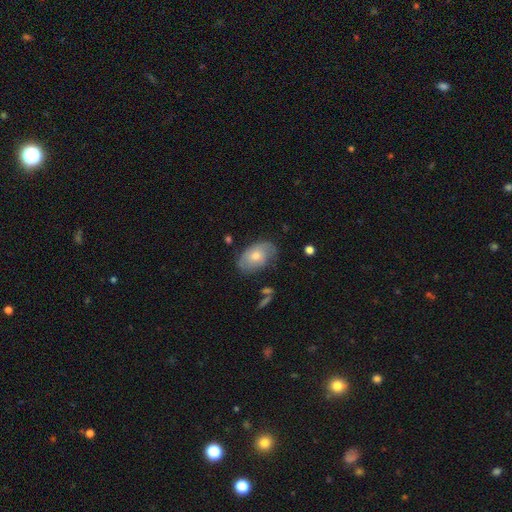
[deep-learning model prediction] The model was most divided on "smooth or featured": smooth: 50%, featured or disk: 42%, star or artifact: 8%. More confident: merging — none (65%).